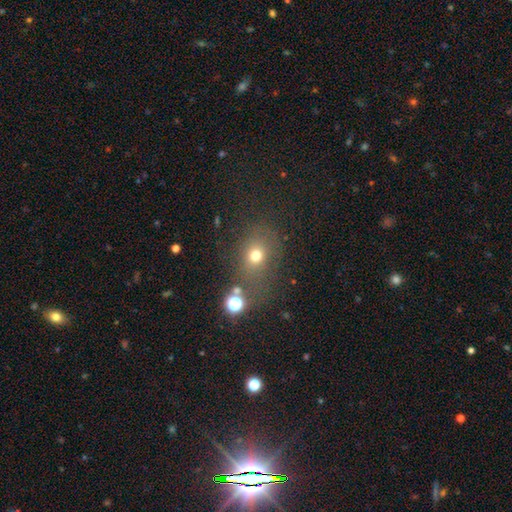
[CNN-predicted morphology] The model was most divided on "how rounded": round: 59%, in between: 40%, cigar-shaped: 1%. More confident: smooth or featured — smooth (69%); merging — none (68%).